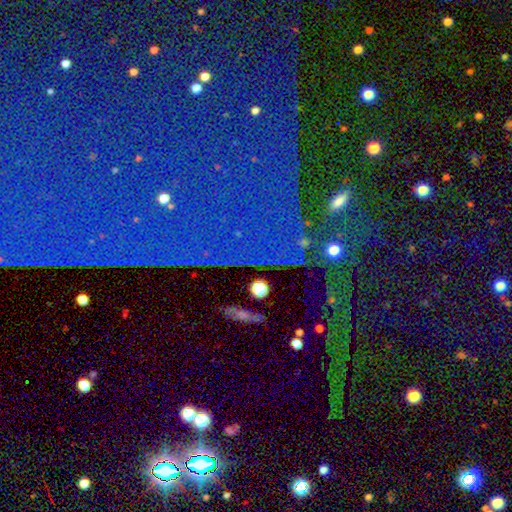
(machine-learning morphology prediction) smooth-or-featured: star or artifact: 82% | smooth: 9% | featured or disk: 9%